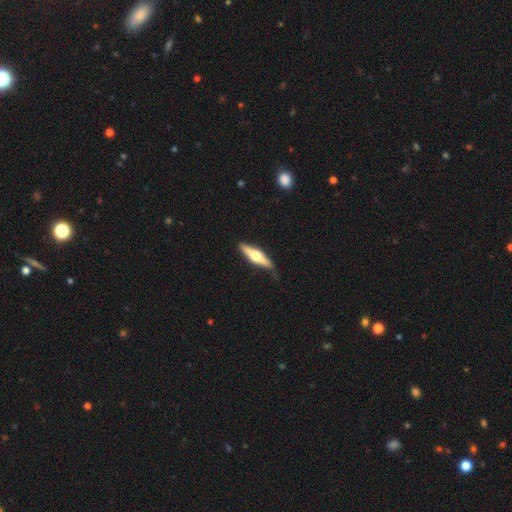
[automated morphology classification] A featured or disk galaxy (61%) viewed edge-on (96%) with a rounded central bulge (93%).

Vote fractions:
- Smooth or featured? featured or disk: 61% / smooth: 34% / star or artifact: 5%
- Edge-on disk? yes: 96% / no: 4%
- Edge-on bulge? rounded: 93% / boxy: 5% / none: 2%
- Merging? none: 84% / minor disturbance: 12% / major disturbance: 2% / merger: 1%